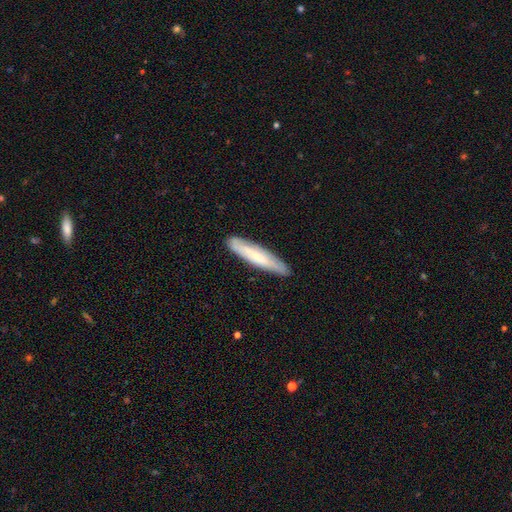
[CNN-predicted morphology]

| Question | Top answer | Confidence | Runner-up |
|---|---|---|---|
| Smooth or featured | smooth | 62% | featured or disk (32%) |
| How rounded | cigar-shaped | 89% | in between (9%) |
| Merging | none | 87% | minor disturbance (10%) |